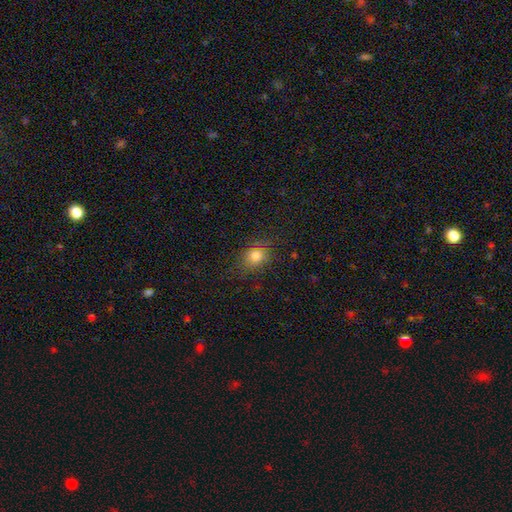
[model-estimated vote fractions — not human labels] Smooth or featured: smooth — 77% (star or artifact — 15%)
How rounded: round — 51% (in between — 47%)
Merging: none — 78% (minor disturbance — 15%)